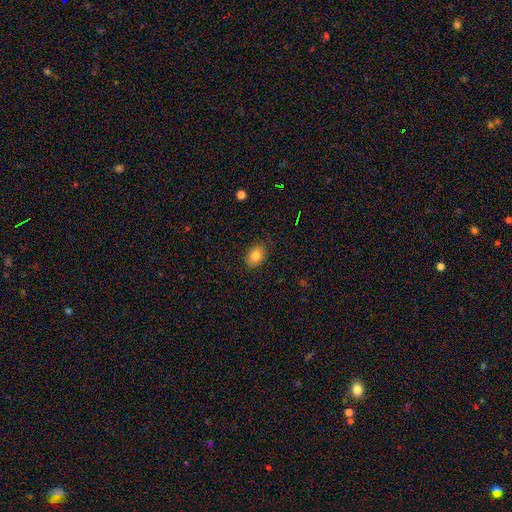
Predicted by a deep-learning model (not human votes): Morphology: type=smooth (83%); roundness=in between (75%); merging=none (85%).